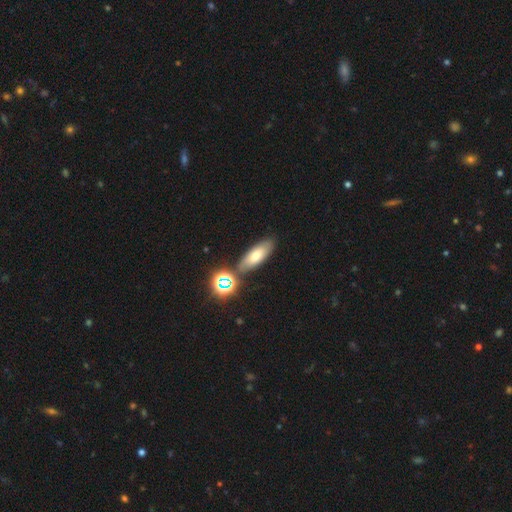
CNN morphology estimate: This appears to be a smooth galaxy with no disk features (64%) that is in between round and cigar-shaped (70%). Merging: none (77%).